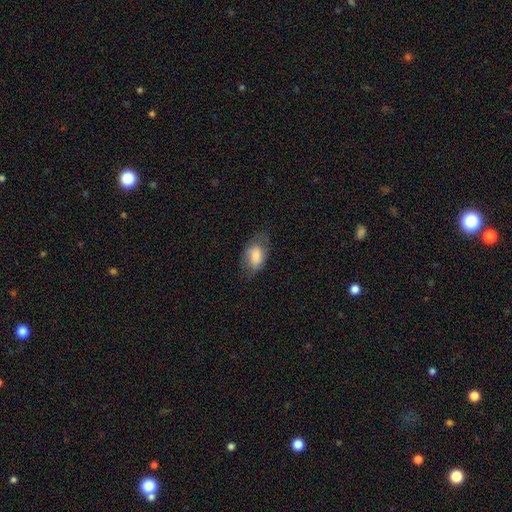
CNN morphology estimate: Smooth or featured? smooth (74%)
How rounded? in between (89%)
Merging? none (62%)